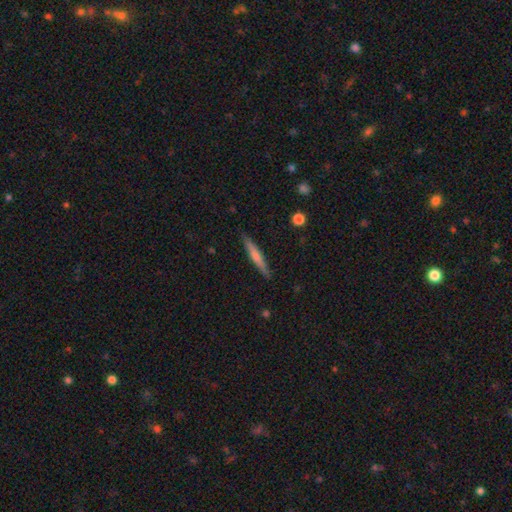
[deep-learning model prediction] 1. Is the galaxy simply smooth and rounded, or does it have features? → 56% featured or disk, 38% smooth, 7% star or artifact.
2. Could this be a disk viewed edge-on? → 97% yes, 3% no.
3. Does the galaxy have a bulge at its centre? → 66% rounded, 28% none, 6% boxy.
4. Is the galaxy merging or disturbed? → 91% none, 7% minor disturbance, 1% major disturbance, 1% merger.